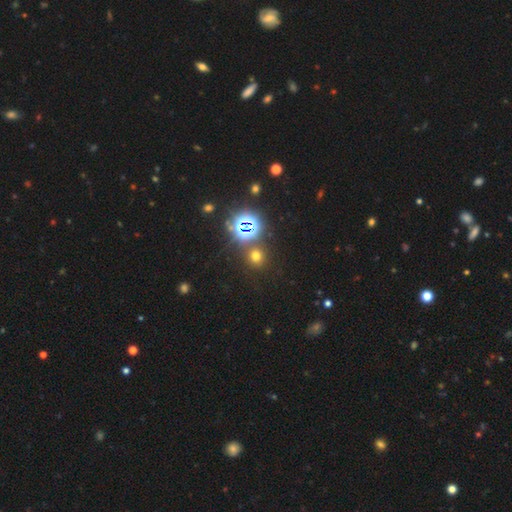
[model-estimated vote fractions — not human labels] smooth-or-featured: smooth: 57% | star or artifact: 36% | featured or disk: 6%
  how-rounded: round: 87% | in between: 12% | cigar-shaped: 1%
  merging: none: 81% | merger: 8% | minor disturbance: 8% | major disturbance: 4%